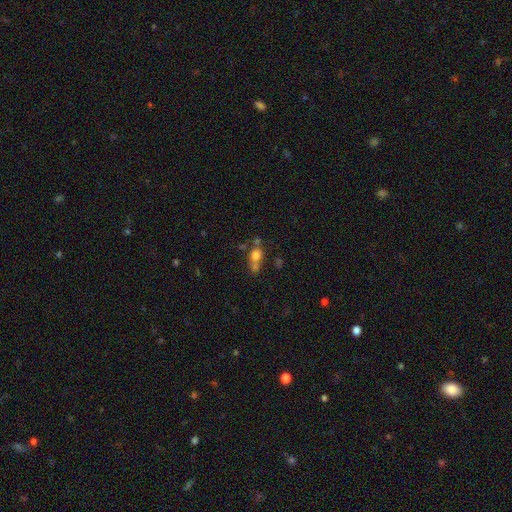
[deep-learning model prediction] The model was most divided on "merging": merger: 40%, none: 36%, minor disturbance: 14%, major disturbance: 10%. More confident: smooth or featured — smooth (70%); how rounded — round (54%).